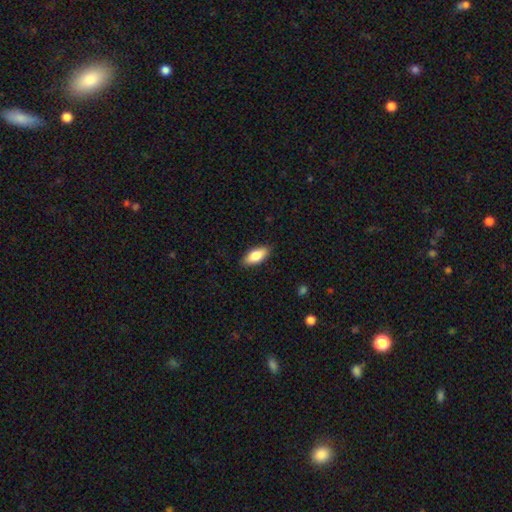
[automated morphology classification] type=smooth (82%); roundness=in between (83%); merging=none (89%).